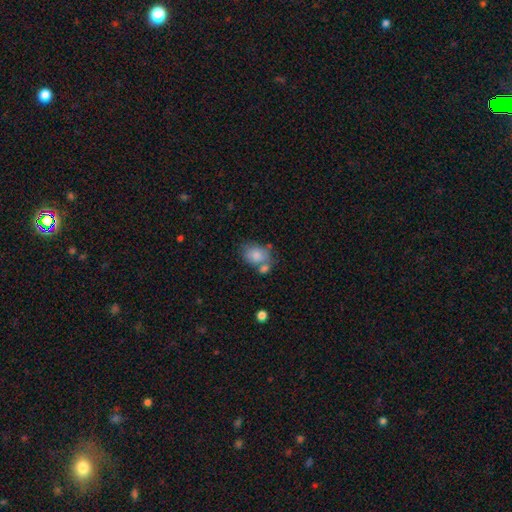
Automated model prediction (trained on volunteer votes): Morphology: type=smooth (75%); roundness=in between (62%); merging=none (46%).